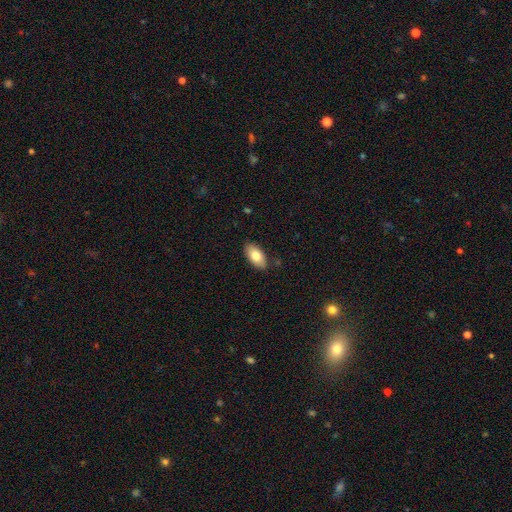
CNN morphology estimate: Q: Smooth or featured?
A: smooth (78%); runner-up: featured or disk (16%)
Q: How rounded?
A: in between (93%); runner-up: cigar-shaped (4%)
Q: Merging?
A: none (85%); runner-up: minor disturbance (11%)